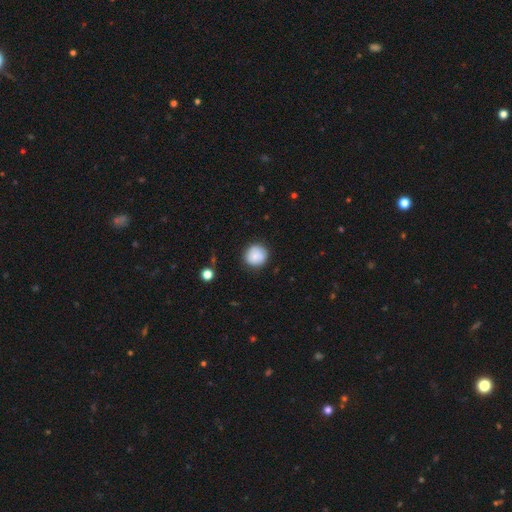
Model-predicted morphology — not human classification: Smooth or featured? smooth (82%)
How rounded? round (92%)
Merging? none (86%)